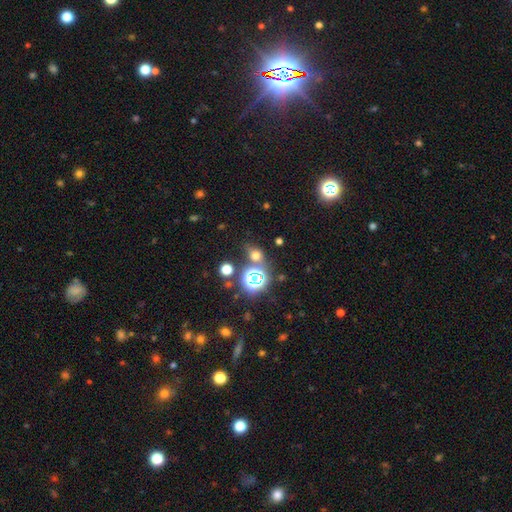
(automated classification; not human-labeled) smooth-or-featured: smooth: 55% | star or artifact: 35% | featured or disk: 9%
  how-rounded: round: 62% | in between: 36% | cigar-shaped: 2%
  merging: none: 71% | merger: 12% | minor disturbance: 12% | major disturbance: 5%